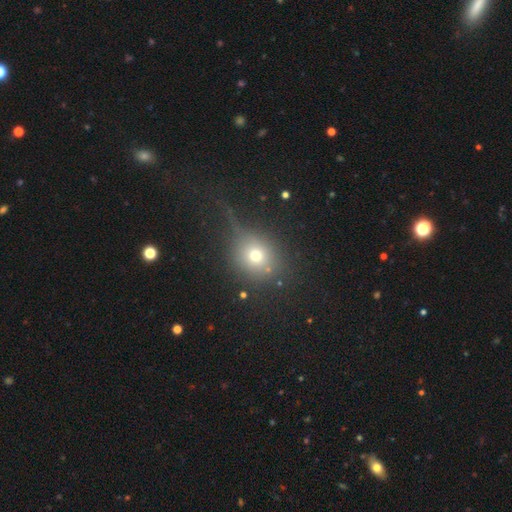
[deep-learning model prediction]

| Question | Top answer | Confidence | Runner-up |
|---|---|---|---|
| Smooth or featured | smooth | 66% | star or artifact (19%) |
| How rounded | round | 76% | in between (22%) |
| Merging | none | 58% | major disturbance (19%) |